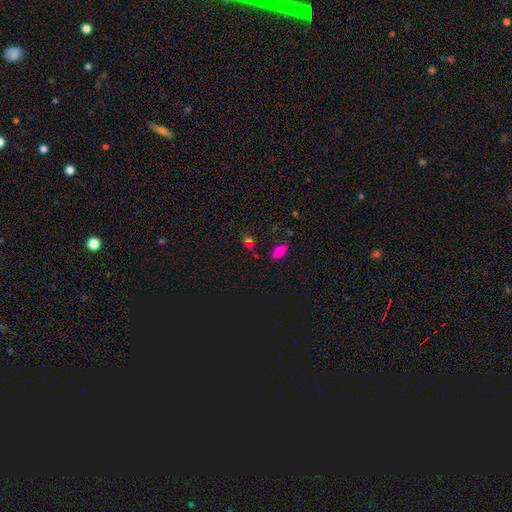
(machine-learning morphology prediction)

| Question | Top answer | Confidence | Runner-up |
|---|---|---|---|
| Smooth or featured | smooth | 66% | star or artifact (25%) |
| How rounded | in between | 72% | round (18%) |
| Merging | none | 74% | minor disturbance (14%) |